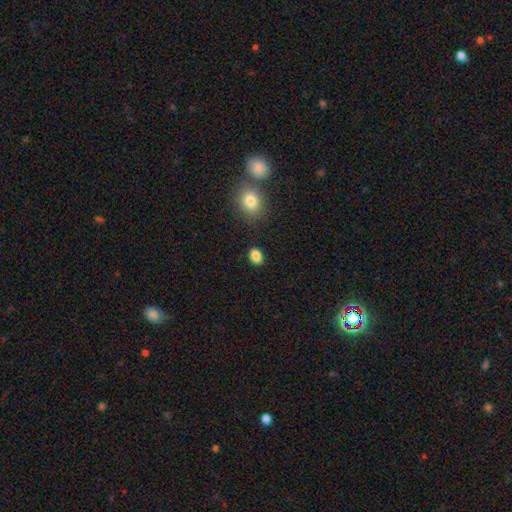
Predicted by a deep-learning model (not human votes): Smooth or featured? smooth (86%)
How rounded? in between (70%)
Merging? none (87%)